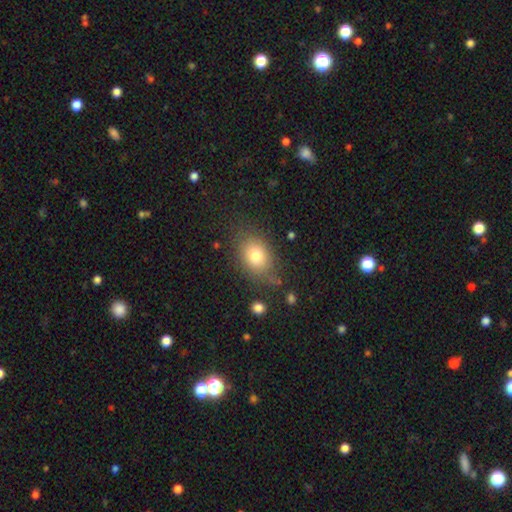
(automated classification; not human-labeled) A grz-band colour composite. It shows a smooth galaxy with no disk features (78%) that is in between round and cigar-shaped (71%). Merging: none (75%).